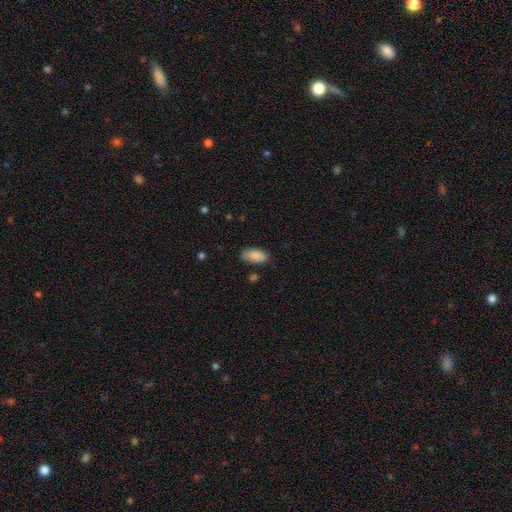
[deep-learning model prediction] smooth_or_featured: smooth (p=0.88) [alt: star or artifact p=0.06]
how_rounded: in between (p=0.93) [alt: cigar-shaped p=0.04]
merging: none (p=0.79) [alt: minor disturbance p=0.15]